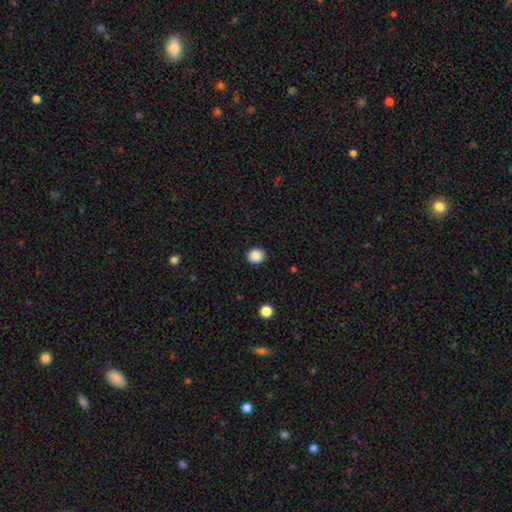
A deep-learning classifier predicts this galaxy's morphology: The model was most divided on "how rounded": round: 77%, in between: 23%, cigar-shaped: 1%. More confident: merging — none (91%); smooth or featured — smooth (88%).